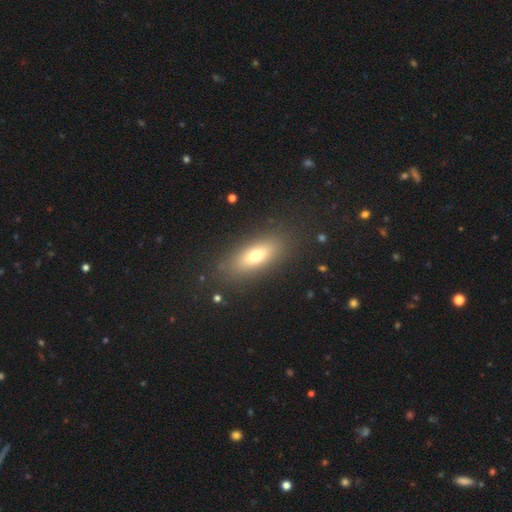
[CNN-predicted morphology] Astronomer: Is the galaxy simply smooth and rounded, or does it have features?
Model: smooth — 68%.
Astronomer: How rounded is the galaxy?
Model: in between — 70%.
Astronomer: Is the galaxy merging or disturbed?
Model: none — 85%.